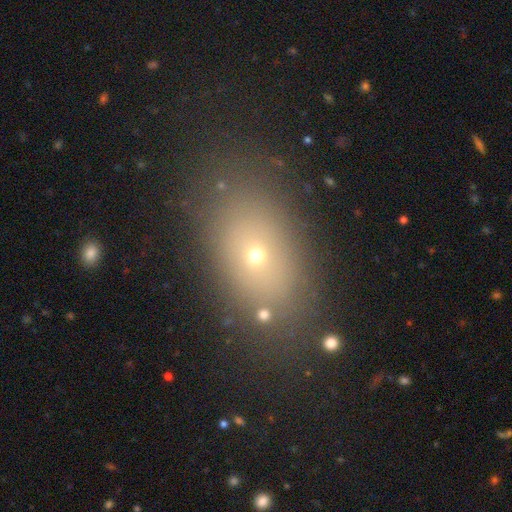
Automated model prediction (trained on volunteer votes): Q: Smooth or featured?
A: smooth (61%); runner-up: star or artifact (21%)
Q: How rounded?
A: in between (77%); runner-up: round (20%)
Q: Merging?
A: none (76%); runner-up: minor disturbance (13%)